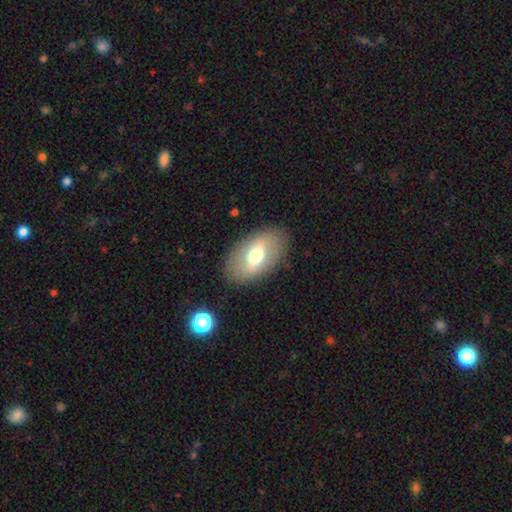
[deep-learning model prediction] Smooth or featured?
  - smooth: 58% *
  - featured or disk: 35%
  - star or artifact: 8%
How rounded?
  - in between: 90% *
  - round: 8%
  - cigar-shaped: 2%
Merging?
  - none: 85% *
  - minor disturbance: 10%
  - major disturbance: 4%
  - merger: 1%